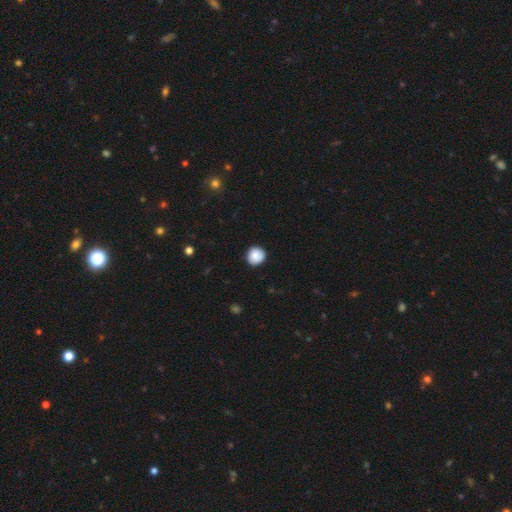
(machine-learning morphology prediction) Smooth or featured? smooth (86%)
How rounded? round (92%)
Merging? none (88%)